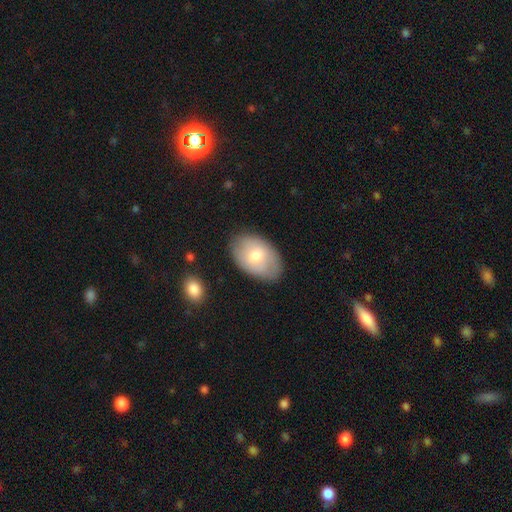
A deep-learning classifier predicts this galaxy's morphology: Smooth or featured? smooth (68%)
How rounded? in between (89%)
Merging? none (79%)